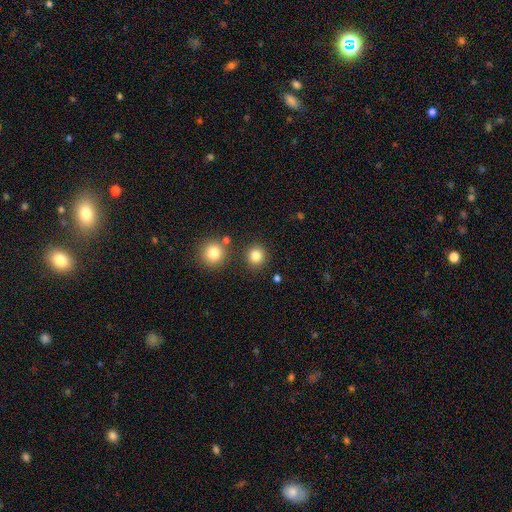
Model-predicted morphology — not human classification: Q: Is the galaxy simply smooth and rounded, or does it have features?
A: smooth — 83%.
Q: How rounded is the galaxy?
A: round — 90%.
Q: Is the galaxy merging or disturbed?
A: none — 84%.